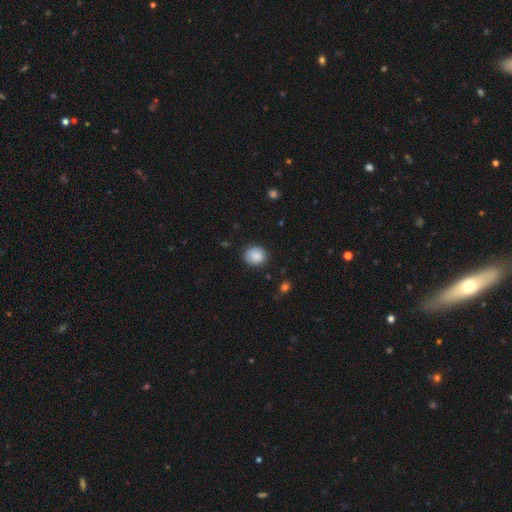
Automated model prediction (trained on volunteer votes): Morphology: type=smooth (87%); roundness=round (74%); merging=none (82%).